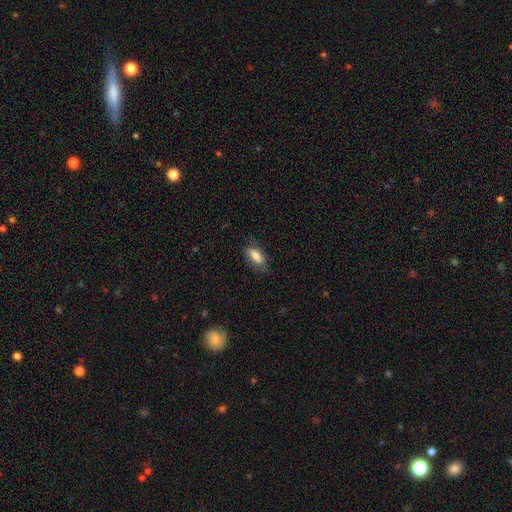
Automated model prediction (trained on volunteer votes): smooth-or-featured: smooth: 73% | featured or disk: 20% | star or artifact: 7%
  how-rounded: in between: 75% | cigar-shaped: 22% | round: 3%
  merging: none: 69% | minor disturbance: 22% | major disturbance: 8% | merger: 1%